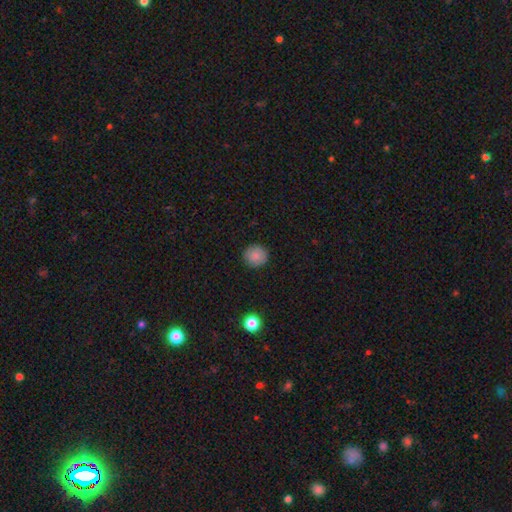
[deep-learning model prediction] smooth 86%, star or artifact 9%, featured or disk 5%. Down the decision tree: how rounded — round (93%); merging — none (91%).